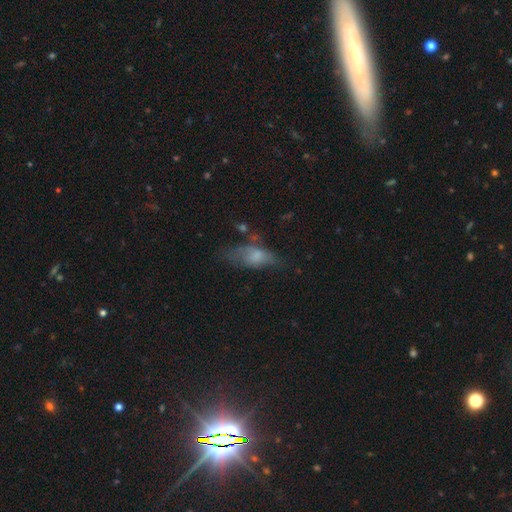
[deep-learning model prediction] This is likely a smooth galaxy (61%). How rounded: clearly in between (81%). Merging: marginally none (37%).